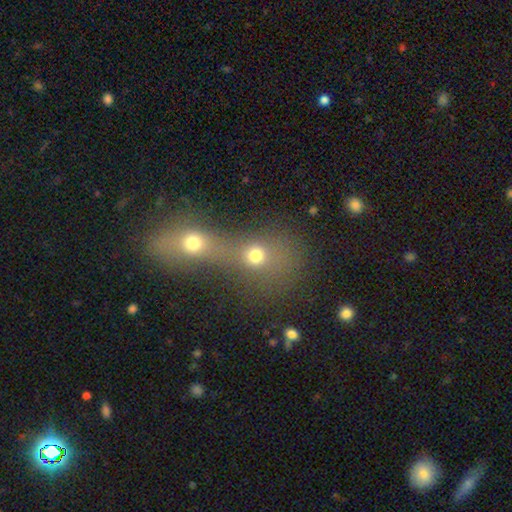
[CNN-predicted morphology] smooth-or-featured: smooth: 69% | star or artifact: 18% | featured or disk: 13%
  how-rounded: round: 67% | in between: 30% | cigar-shaped: 3%
  merging: merger: 69% | none: 21% | major disturbance: 5% | minor disturbance: 5%